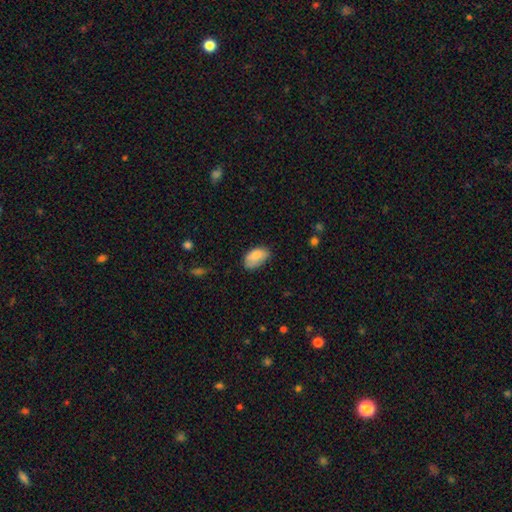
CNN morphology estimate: This appears to be a smooth galaxy with no disk features (81%) that is in between round and cigar-shaped (93%). Merging: none (57%).